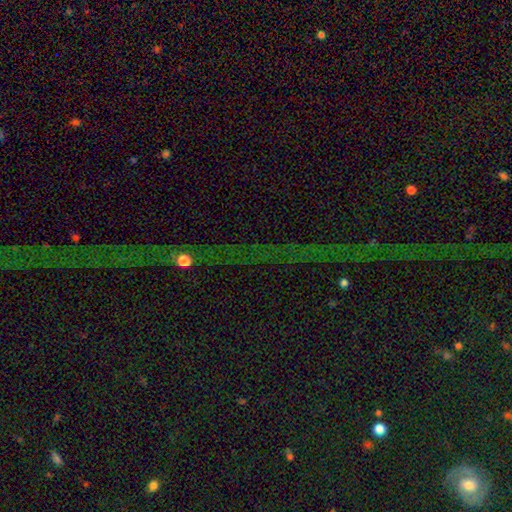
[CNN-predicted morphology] smooth-or-featured: star or artifact: 77% | featured or disk: 13% | smooth: 10%